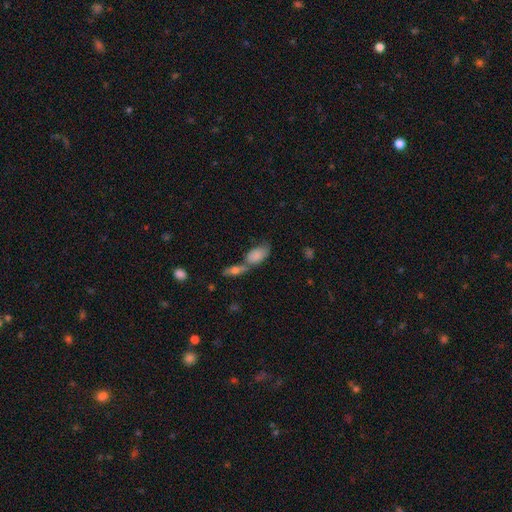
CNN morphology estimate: The model was most divided on "merging": merger: 47%, none: 32%, minor disturbance: 14%, major disturbance: 7%. More confident: how rounded — in between (90%); smooth or featured — smooth (81%).